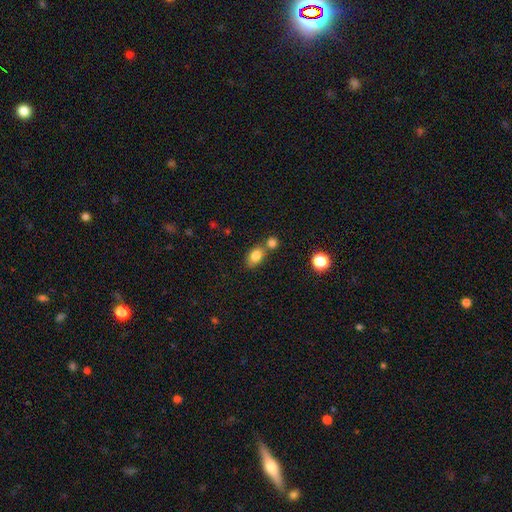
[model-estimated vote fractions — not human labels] smooth 81%, star or artifact 10%, featured or disk 9%. Down the decision tree: how rounded — in between (75%); merging — none (52%).